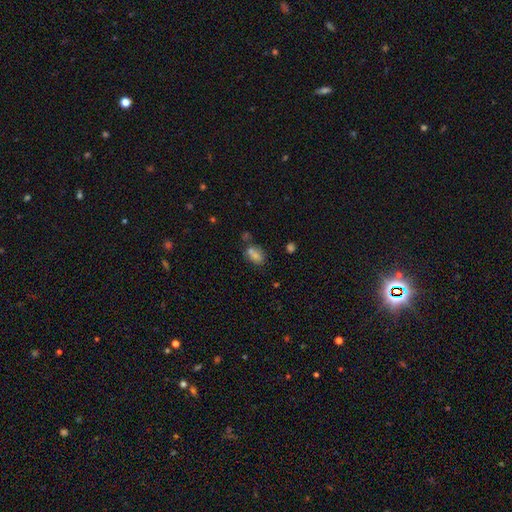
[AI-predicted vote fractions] Overall: smooth (71%). How rounded: in between (76%). Merging: none (48%; merger 31%).